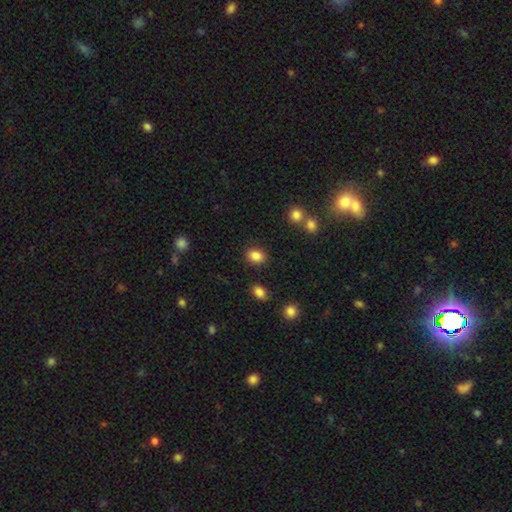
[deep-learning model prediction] This is clearly a smooth galaxy (86%). How rounded: possibly in between (59%). Merging: clearly none (85%).